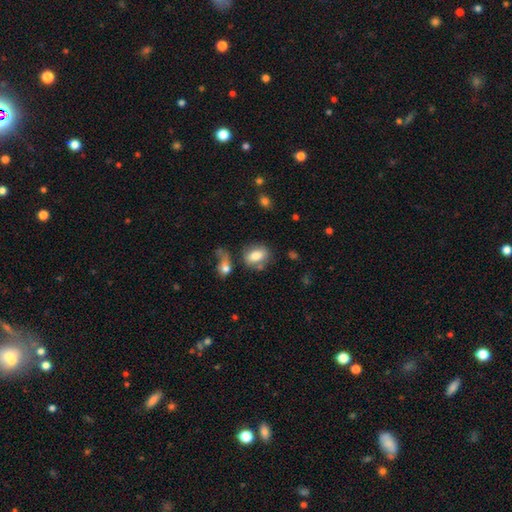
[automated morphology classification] This appears to be a smooth galaxy with no disk features (75%) that is in between round and cigar-shaped (70%). Merging: none (60%).